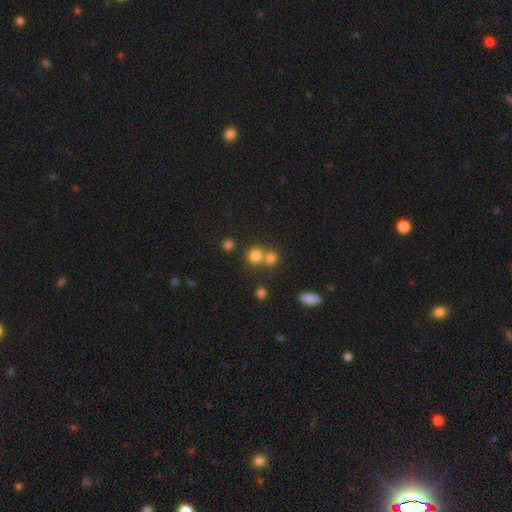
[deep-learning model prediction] This is likely a smooth galaxy (77%). How rounded: clearly round (86%). Merging: possibly none (53%).